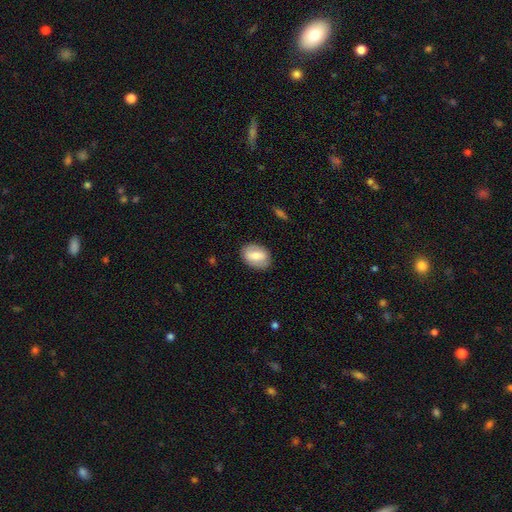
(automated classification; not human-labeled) Smooth or featured? smooth (66%)
How rounded? in between (80%)
Merging? none (83%)